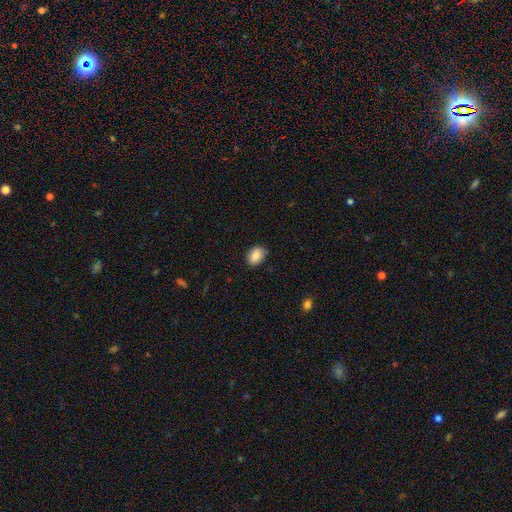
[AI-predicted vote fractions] A smooth galaxy with no disk features (86%) that is in between round and cigar-shaped (70%). Merging: none (82%).